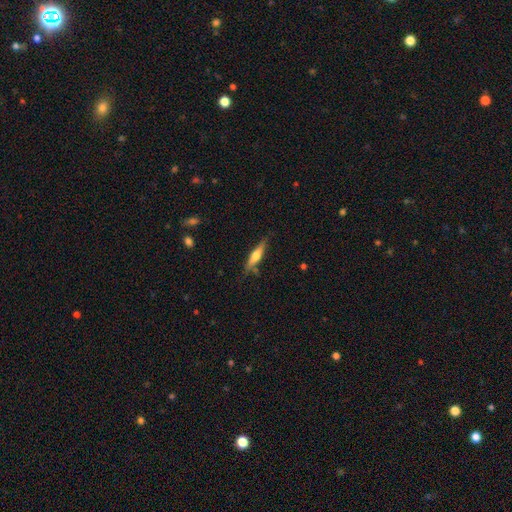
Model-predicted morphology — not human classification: Smooth or featured? Predicted: featured or disk (p=0.51). Edge-on disk? Predicted: yes (p=0.93). Merging? Predicted: none (p=0.79).